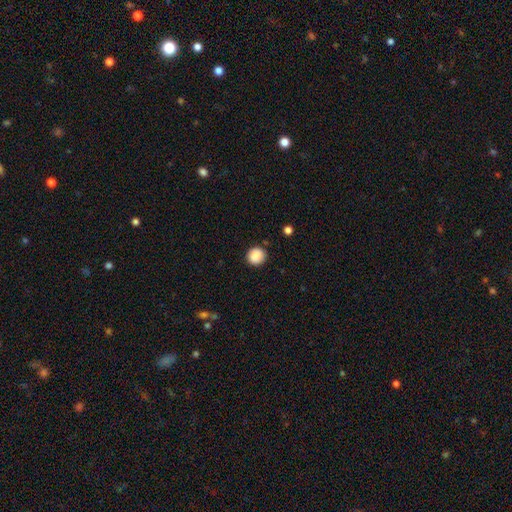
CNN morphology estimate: Smooth or featured: smooth — 87% (star or artifact — 9%)
How rounded: round — 89% (in between — 10%)
Merging: none — 88% (minor disturbance — 9%)